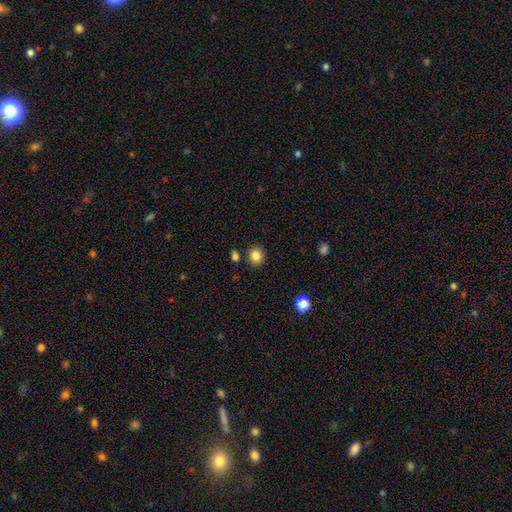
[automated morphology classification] smooth-or-featured: smooth: 84% | star or artifact: 10% | featured or disk: 6%
  how-rounded: round: 78% | in between: 21% | cigar-shaped: 1%
  merging: none: 86% | minor disturbance: 8% | merger: 4% | major disturbance: 2%